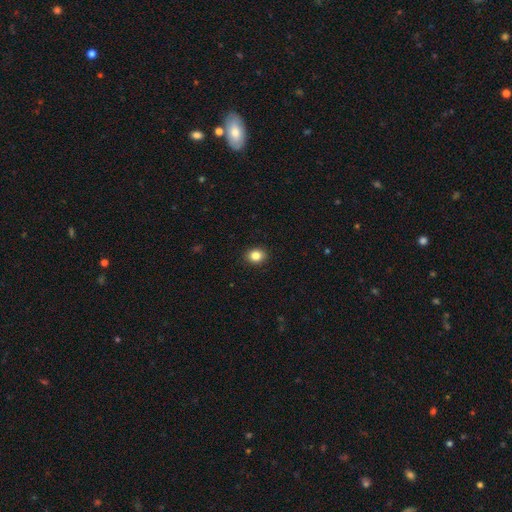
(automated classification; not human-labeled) smooth_or_featured: smooth (p=0.85) [alt: star or artifact p=0.10]
how_rounded: round (p=0.56) [alt: in between p=0.43]
merging: none (p=0.91) [alt: minor disturbance p=0.07]